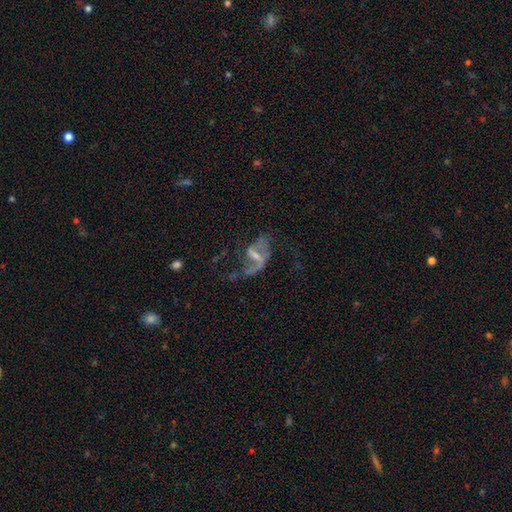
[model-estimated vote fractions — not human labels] smooth-or-featured: featured or disk: 80% | smooth: 10% | star or artifact: 9%
  disk-edge-on: no: 96% | yes: 4%
    bar: weak: 46% | strong: 33% | no: 21%
    has-spiral-arms: yes: 82% | no: 18%
      spiral-winding: loose: 71% | medium: 23% | tight: 6%
      spiral-arm-count: 2: 75% | 1: 16% | can't tell: 6% | 3: 1% | 4: 1% | more than 4: 1%
    bulge-size: small: 49% | moderate: 27% | none: 20% | large: 3% | dominant: 1%
  merging: none: 39% | major disturbance: 38% | minor disturbance: 17% | merger: 6%